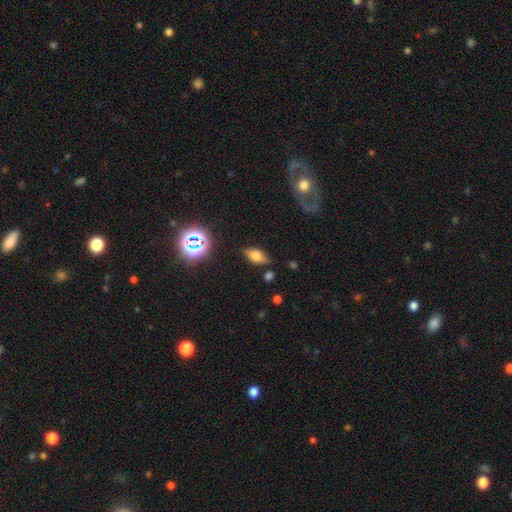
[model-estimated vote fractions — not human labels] Smooth or featured? smooth (60%)
How rounded? in between (82%)
Merging? none (77%)